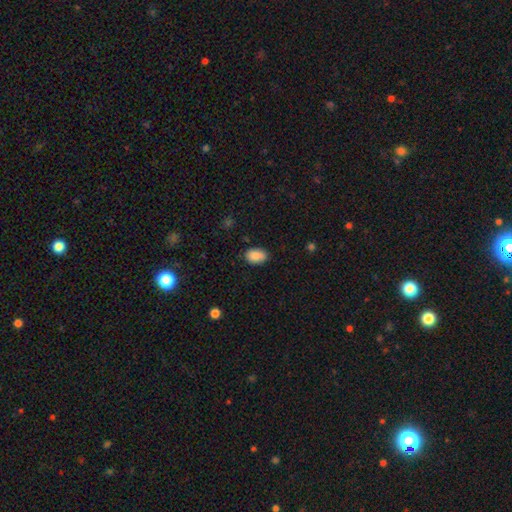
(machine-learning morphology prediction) Smooth or featured: smooth — 88% (star or artifact — 7%)
How rounded: in between — 86% (round — 13%)
Merging: none — 83% (minor disturbance — 14%)